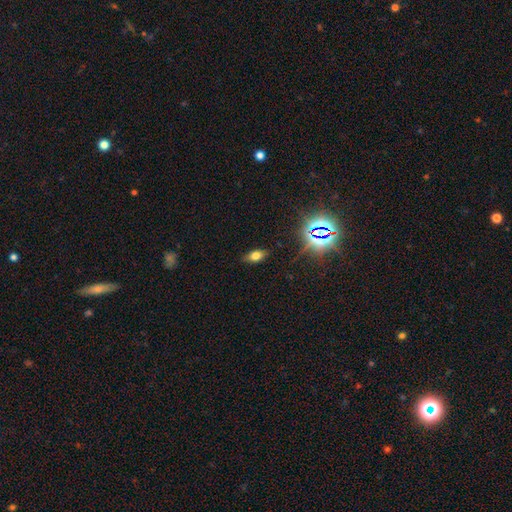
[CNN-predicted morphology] type=smooth (67%); roundness=in between (86%); merging=none (84%).